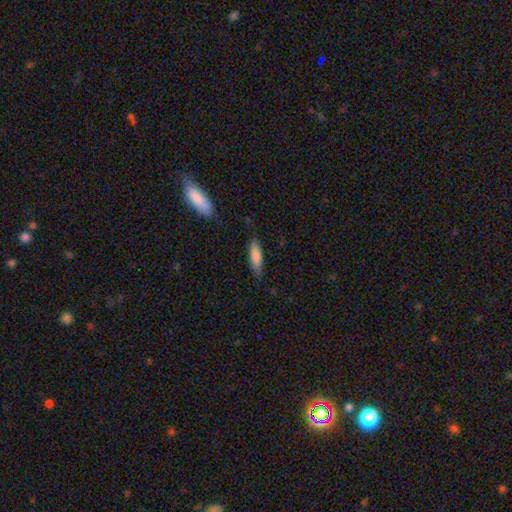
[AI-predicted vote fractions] Smooth or featured? smooth (80%)
How rounded? in between (49%, tied with cigar-shaped)
Merging? none (78%)